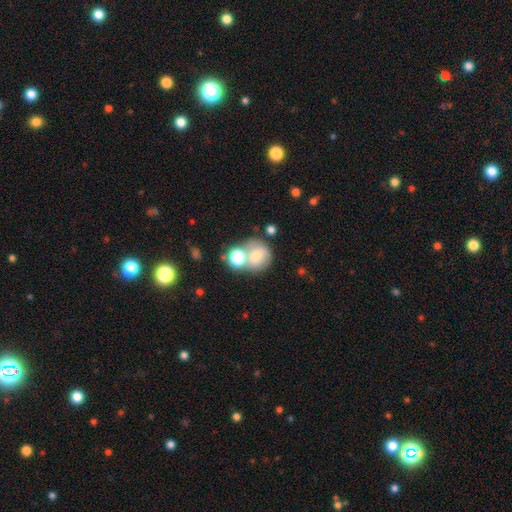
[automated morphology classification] Smooth or featured? Predicted: smooth (p=0.65). How rounded? Predicted: round (p=0.82). Merging? Predicted: none (p=0.42).